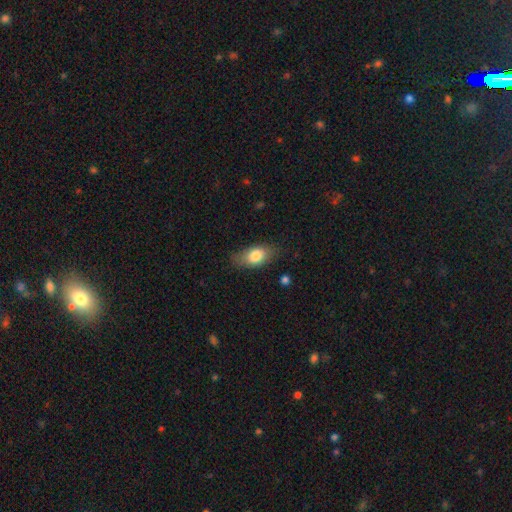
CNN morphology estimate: This is likely a smooth galaxy (79%). How rounded: clearly in between (87%). Merging: likely none (78%).